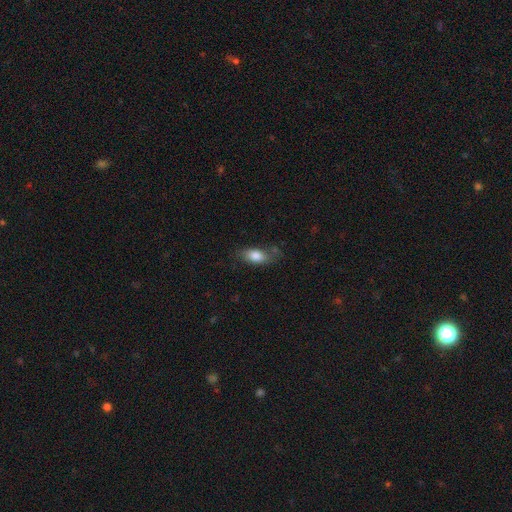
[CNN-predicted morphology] The model was most divided on "merging": none: 65%, minor disturbance: 24%, major disturbance: 8%, merger: 4%. More confident: how rounded — in between (84%); smooth or featured — smooth (81%).